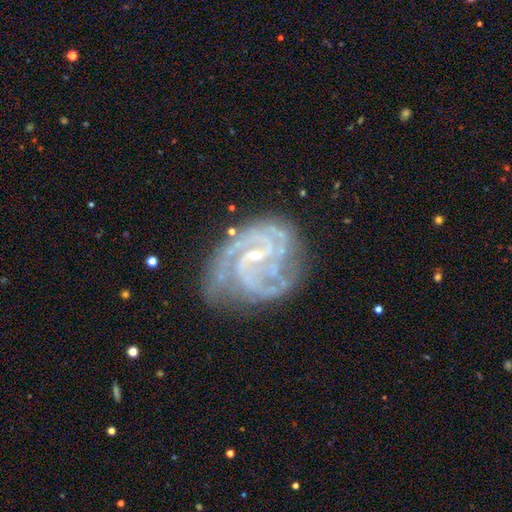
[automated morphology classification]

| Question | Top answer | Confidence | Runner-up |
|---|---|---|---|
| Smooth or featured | featured or disk | 91% | star or artifact (6%) |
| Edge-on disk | no | 98% | yes (2%) |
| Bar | weak | 47% | no (34%) |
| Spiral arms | yes | 98% | no (2%) |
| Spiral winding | tight | 56% | medium (37%) |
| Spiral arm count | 2 | 30% | tied: 3 (30%) |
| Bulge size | small | 77% | moderate (18%) |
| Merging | none | 66% | minor disturbance (22%) |